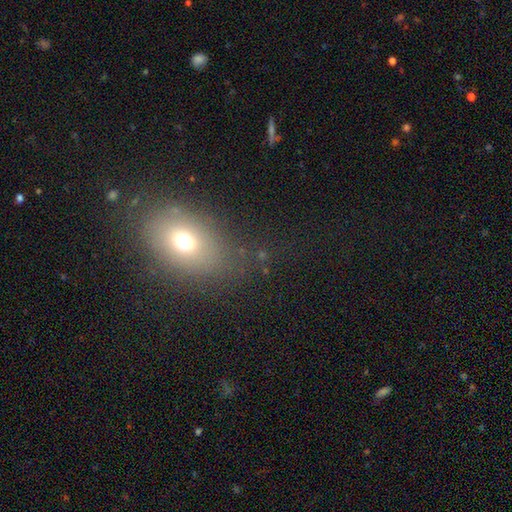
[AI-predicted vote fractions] smooth 64%, star or artifact 21%, featured or disk 15%. Down the decision tree: how rounded — in between (67%); merging — none (68%).